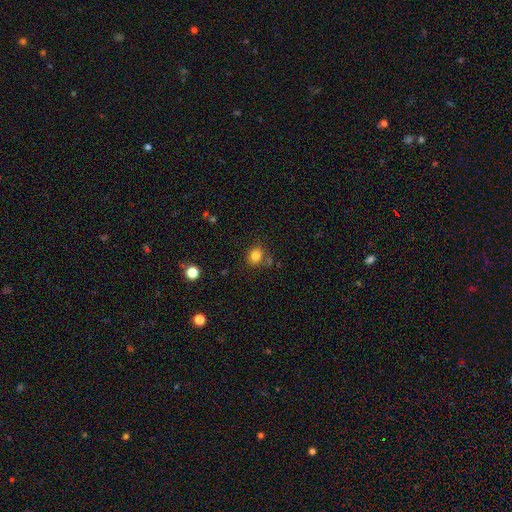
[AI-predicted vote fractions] Q: Smooth or featured?
A: smooth (82%); runner-up: star or artifact (12%)
Q: How rounded?
A: round (73%); runner-up: in between (26%)
Q: Merging?
A: none (76%); runner-up: minor disturbance (13%)